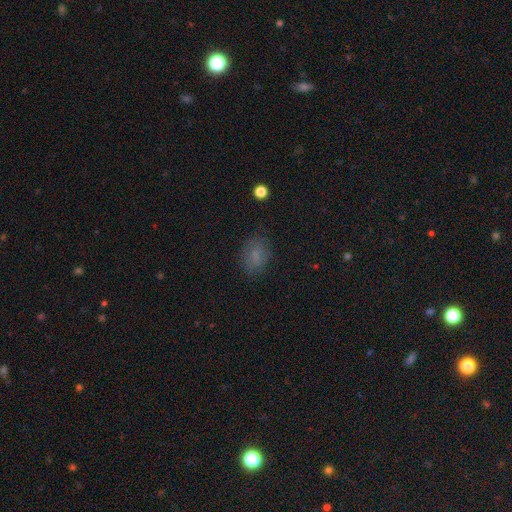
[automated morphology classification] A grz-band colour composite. It shows a smooth galaxy with no disk features (72%) that is in between round and cigar-shaped (72%). Merging: none (76%).